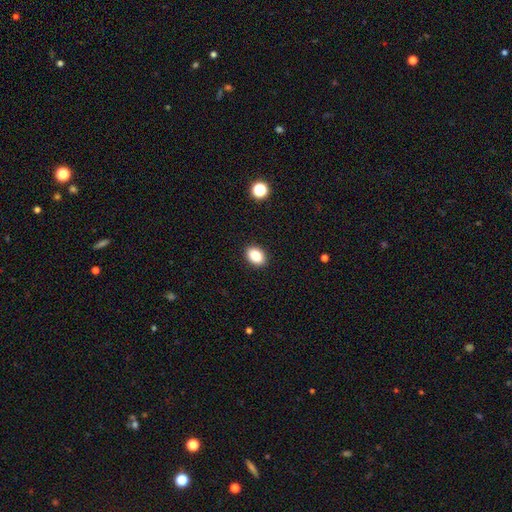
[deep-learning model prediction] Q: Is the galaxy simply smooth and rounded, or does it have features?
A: smooth — 87%.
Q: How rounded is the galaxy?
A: in between — 78%.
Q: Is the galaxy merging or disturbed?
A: none — 90%.